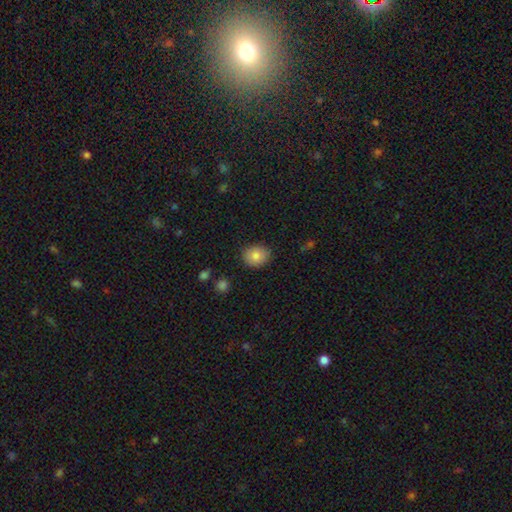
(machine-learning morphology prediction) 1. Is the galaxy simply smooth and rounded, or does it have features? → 83% smooth, 9% star or artifact, 8% featured or disk.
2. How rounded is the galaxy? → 62% round, 37% in between, 1% cigar-shaped.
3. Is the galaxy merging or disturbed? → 84% none, 12% minor disturbance, 3% major disturbance, 1% merger.